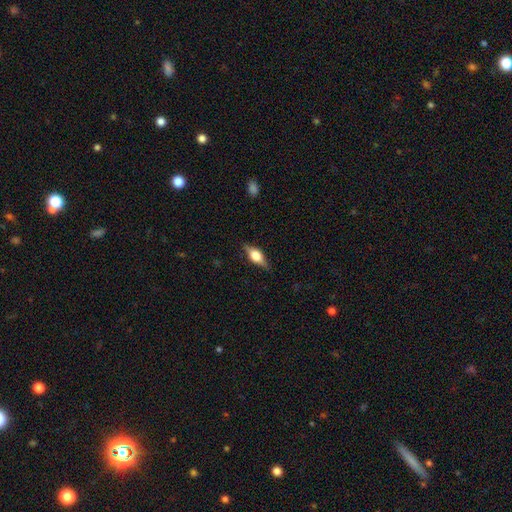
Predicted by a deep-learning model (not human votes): Smooth or featured?
  - featured or disk: 58% *
  - smooth: 34%
  - star or artifact: 8%
Edge-on disk?
  - yes: 95% *
  - no: 5%
Edge-on bulge?
  - rounded: 89% *
  - boxy: 10%
  - none: 1%
Merging?
  - none: 83% *
  - minor disturbance: 13%
  - major disturbance: 3%
  - merger: 1%